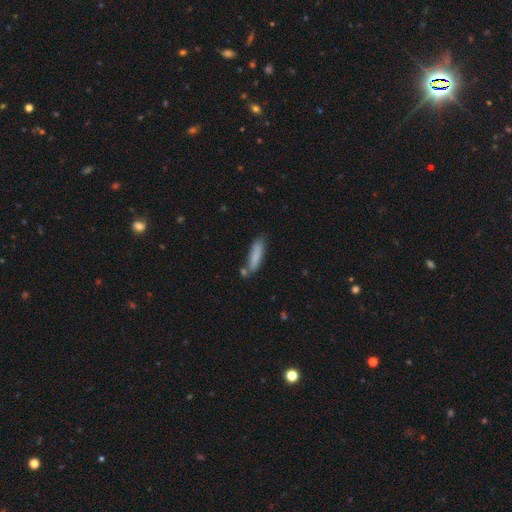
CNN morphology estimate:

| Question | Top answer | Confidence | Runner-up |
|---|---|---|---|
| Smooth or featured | smooth | 83% | featured or disk (10%) |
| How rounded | cigar-shaped | 75% | in between (24%) |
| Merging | none | 64% | minor disturbance (19%) |